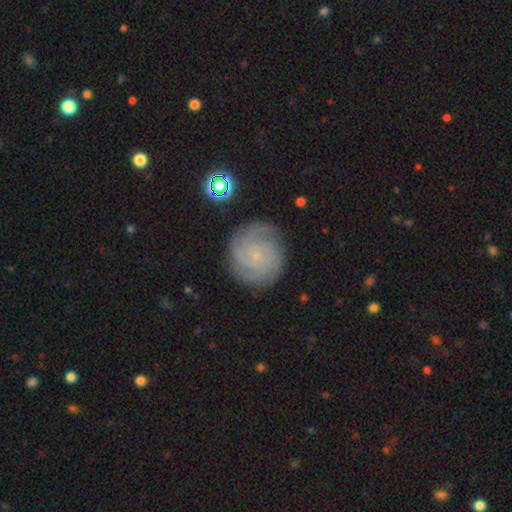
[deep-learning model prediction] smooth-or-featured: featured or disk: 75% | smooth: 16% | star or artifact: 8%
  disk-edge-on: no: 98% | yes: 2%
    bar: no: 67% | weak: 28% | strong: 5%
    has-spiral-arms: yes: 96% | no: 4%
      spiral-winding: tight: 73% | medium: 23% | loose: 5%
      spiral-arm-count: can't tell: 27% | 3: 25% | 2: 21% | 4: 14% | more than 4: 7% | 1: 7%
    bulge-size: small: 74% | none: 16% | moderate: 7% | large: 1% | dominant: 1%
  merging: none: 82% | minor disturbance: 13% | major disturbance: 4% | merger: 1%